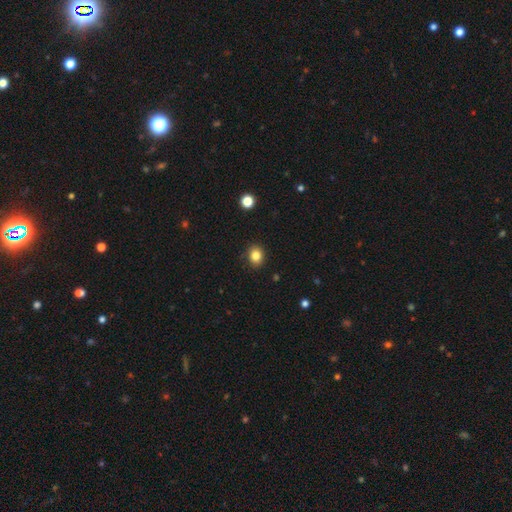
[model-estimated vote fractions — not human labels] Smooth or featured? smooth (83%)
How rounded? round (61%)
Merging? none (88%)